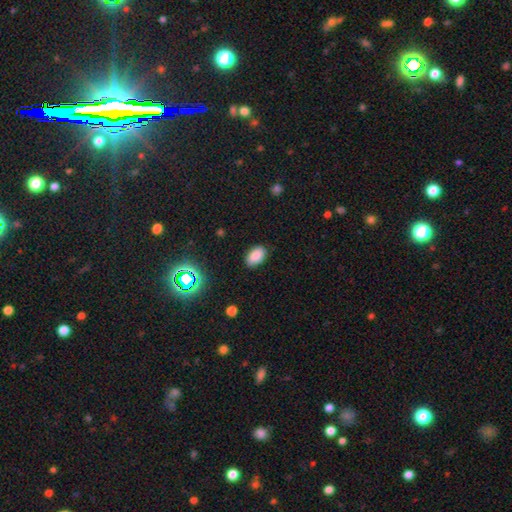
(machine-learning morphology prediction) type=smooth (84%); roundness=in between (91%); merging=none (86%).